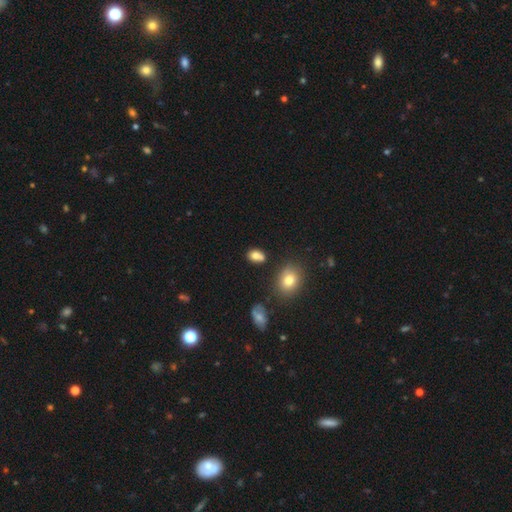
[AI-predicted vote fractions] Smooth or featured? Predicted: smooth (p=0.78). How rounded? Predicted: in between (p=0.70). Merging? Predicted: none (p=0.62).